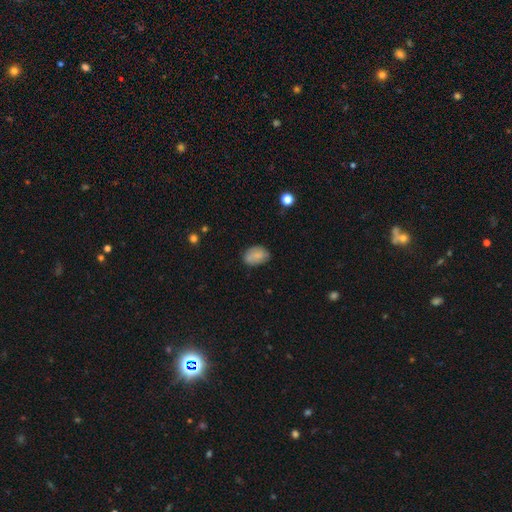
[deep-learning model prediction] smooth_or_featured: smooth (p=0.81) [alt: featured or disk p=0.11]
how_rounded: in between (p=0.82) [alt: round p=0.16]
merging: none (p=0.73) [alt: minor disturbance p=0.21]